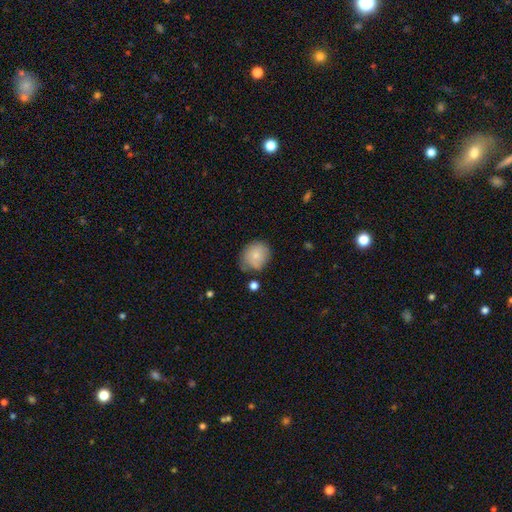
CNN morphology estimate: A smooth galaxy with no disk features (78%) that is round (69%).

Vote fractions:
- Smooth or featured? smooth: 78% / featured or disk: 14% / star or artifact: 8%
- How rounded? round: 69% / in between: 30% / cigar-shaped: 1%
- Merging? none: 62% / minor disturbance: 28% / major disturbance: 6% / merger: 4%